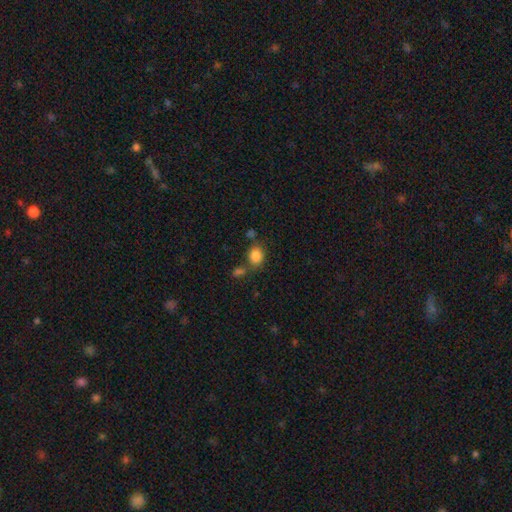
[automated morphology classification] type=smooth (84%); roundness=round (50%); merging=none (64%).